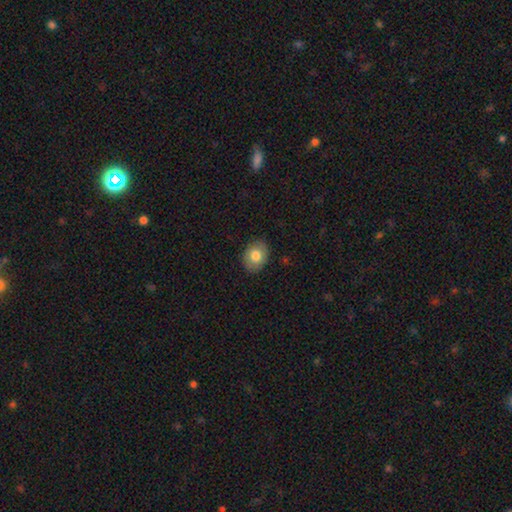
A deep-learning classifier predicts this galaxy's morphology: smooth_or_featured: smooth (p=0.78) [alt: featured or disk p=0.14]
how_rounded: in between (p=0.59) [alt: round p=0.40]
merging: none (p=0.87) [alt: minor disturbance p=0.10]